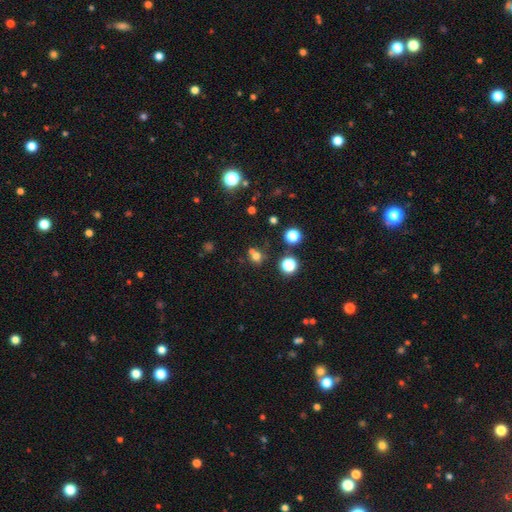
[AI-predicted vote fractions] A smooth galaxy with no disk features (67%) that is round (77%). Merging: none (54%).